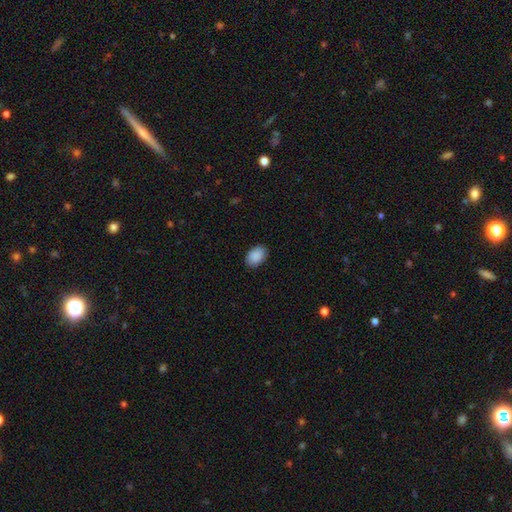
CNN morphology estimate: smooth 91%, star or artifact 7%, featured or disk 3%. Down the decision tree: how rounded — in between (85%); merging — none (88%).